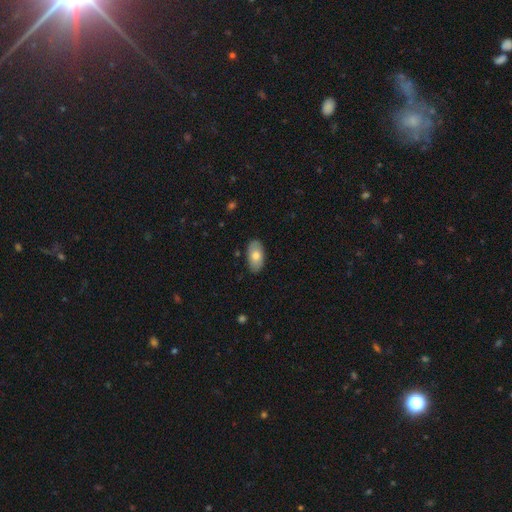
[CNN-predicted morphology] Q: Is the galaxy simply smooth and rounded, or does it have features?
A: smooth — 76%.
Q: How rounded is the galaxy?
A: in between — 95%.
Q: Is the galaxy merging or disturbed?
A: none — 86%.